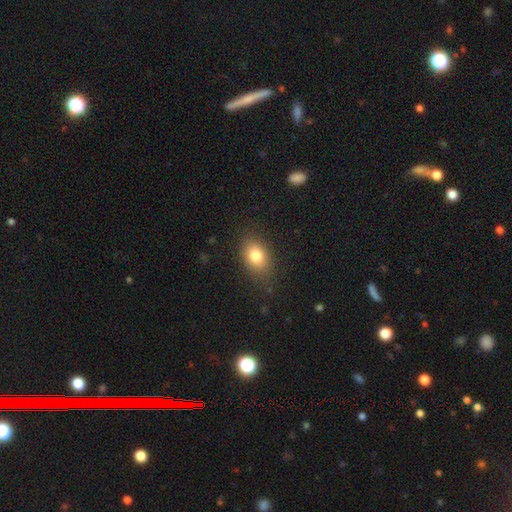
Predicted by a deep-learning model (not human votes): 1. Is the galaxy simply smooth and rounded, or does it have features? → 80% smooth, 10% featured or disk, 10% star or artifact.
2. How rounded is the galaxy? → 73% in between, 26% round, 1% cigar-shaped.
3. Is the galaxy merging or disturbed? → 82% none, 13% minor disturbance, 4% major disturbance, 1% merger.